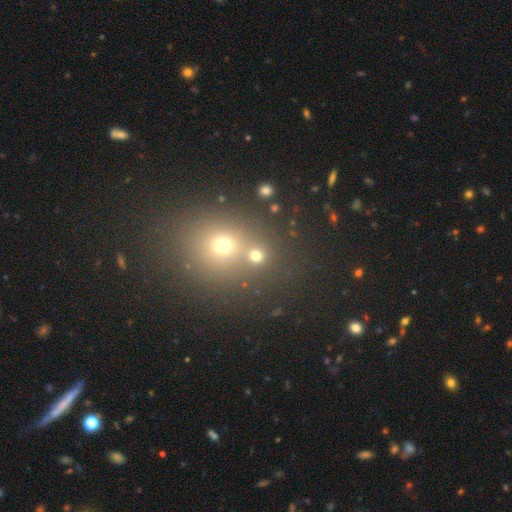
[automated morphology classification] Smooth or featured? Predicted: smooth (p=0.72). How rounded? Predicted: round (p=0.87). Merging? Predicted: none (p=0.61).